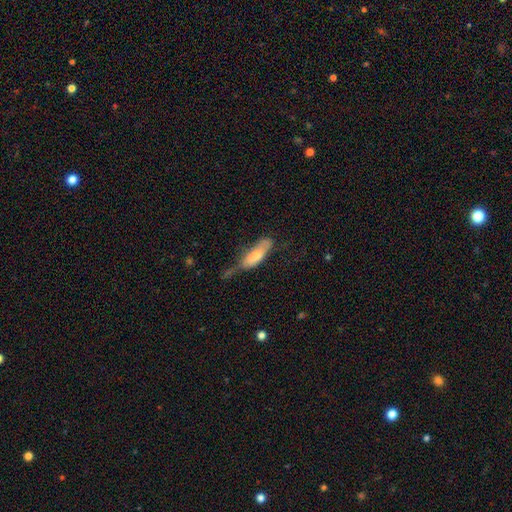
Smooth or featured? smooth (79%)
How rounded? in between (50%, tied with cigar-shaped)
Merging? minor disturbance (32%, tied with major disturbance)